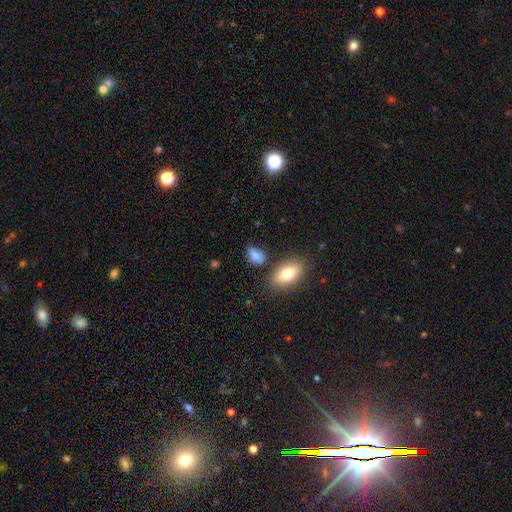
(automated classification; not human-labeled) Overall: smooth (74%). How rounded: in between (78%). Merging: none (64%).